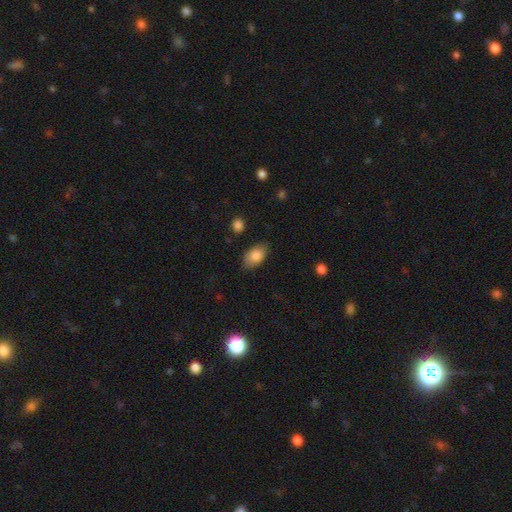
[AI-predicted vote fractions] This appears to be a smooth galaxy with no disk features (84%) that is in between round and cigar-shaped (90%). Merging: none (79%).